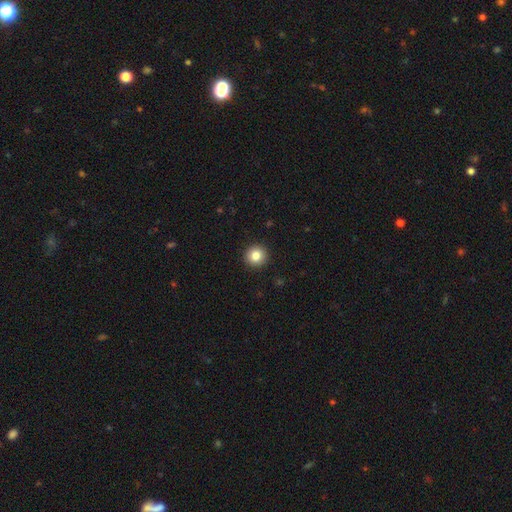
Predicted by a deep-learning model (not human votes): Overall: smooth (84%). How rounded: round (95%). Merging: none (93%).